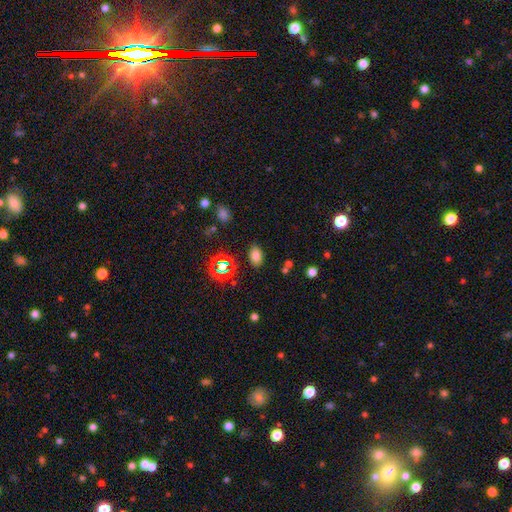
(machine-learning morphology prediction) The model was most divided on "smooth or featured": smooth: 73%, star or artifact: 19%, featured or disk: 8%. More confident: how rounded — in between (86%); merging — none (83%).